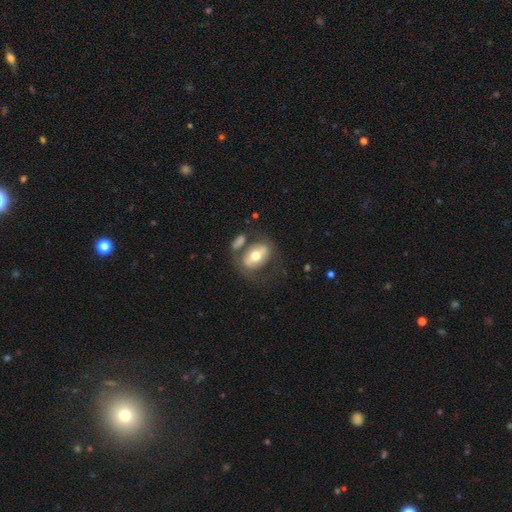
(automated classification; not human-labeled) Smooth or featured?
  - featured or disk: 49% *
  - smooth: 44%
  - star or artifact: 7%
Merging?
  - none: 47% *
  - merger: 20%
  - minor disturbance: 18%
  - major disturbance: 16%